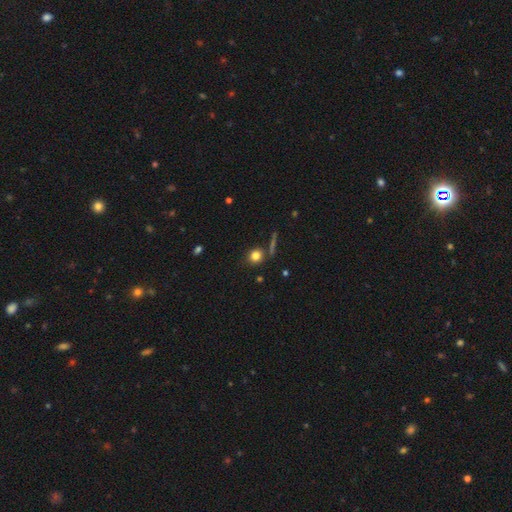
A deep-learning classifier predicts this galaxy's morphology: Smooth or featured?
  - smooth: 80% *
  - star or artifact: 13%
  - featured or disk: 8%
How rounded?
  - round: 88% *
  - in between: 10%
  - cigar-shaped: 2%
Merging?
  - none: 80% *
  - minor disturbance: 9%
  - merger: 8%
  - major disturbance: 3%